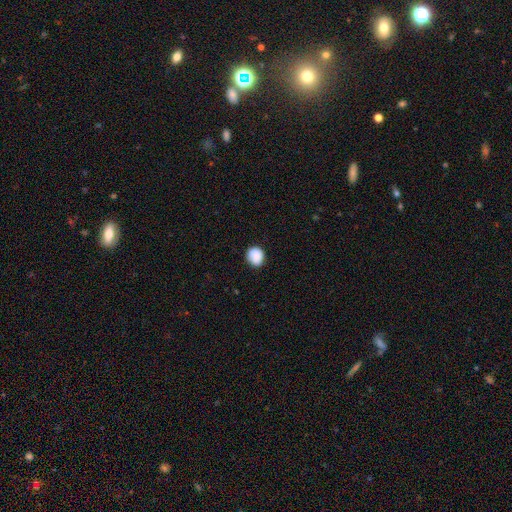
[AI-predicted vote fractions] Morphology: type=smooth (88%); roundness=round (68%); merging=none (81%).